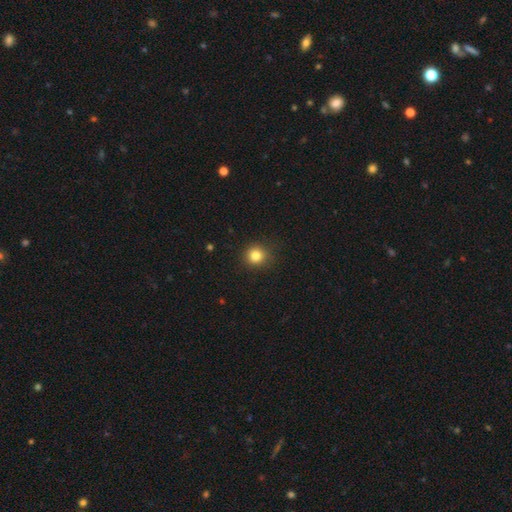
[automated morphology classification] Smooth or featured? smooth (83%)
How rounded? round (91%)
Merging? none (88%)